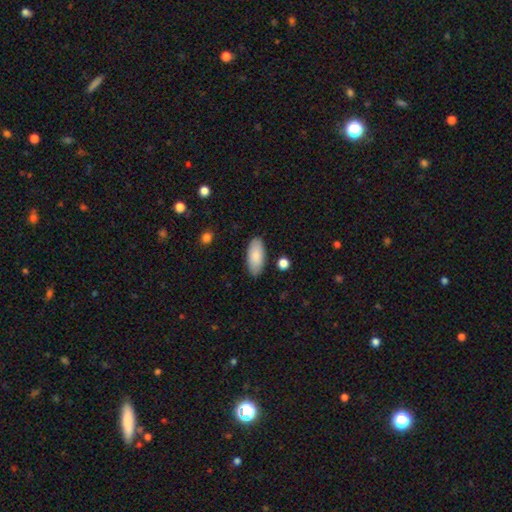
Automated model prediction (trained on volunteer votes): smooth-or-featured: smooth: 85% | featured or disk: 9% | star or artifact: 6%
  how-rounded: in between: 90% | cigar-shaped: 8% | round: 2%
  merging: none: 86% | minor disturbance: 10% | major disturbance: 2% | merger: 2%